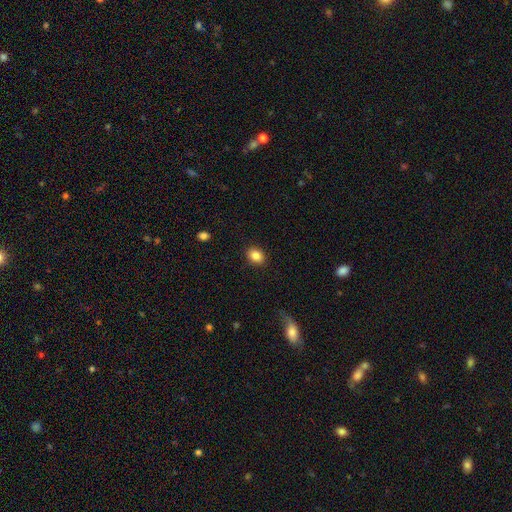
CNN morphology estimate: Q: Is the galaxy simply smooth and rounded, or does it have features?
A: smooth — 87%.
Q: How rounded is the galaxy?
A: in between — 63%.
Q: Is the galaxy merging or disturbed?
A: none — 89%.